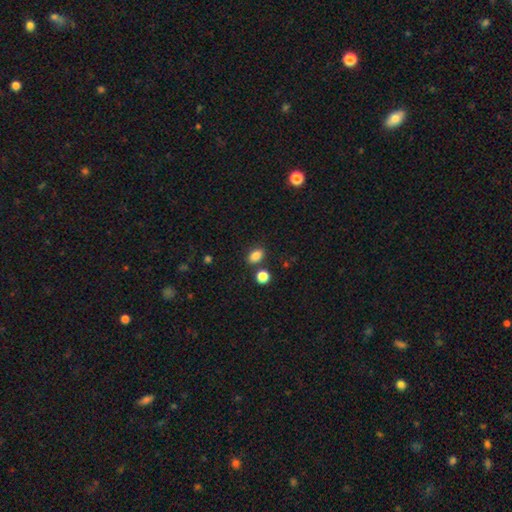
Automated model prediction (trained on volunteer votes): Morphology: type=smooth (84%); roundness=in between (79%); merging=none (77%).